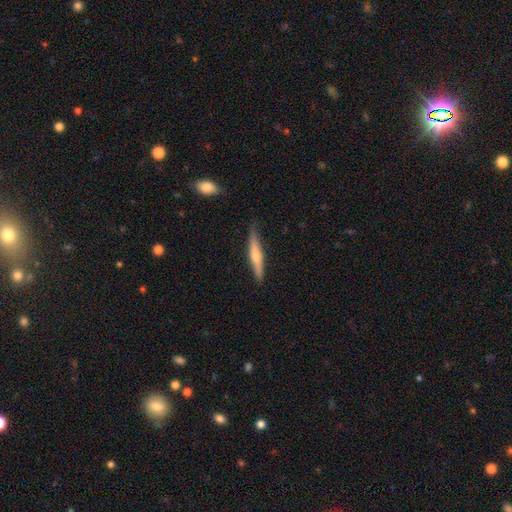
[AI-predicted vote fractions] This appears to be a featured or disk galaxy (56%) viewed edge-on (95%) with a rounded central bulge (83%). Merging: none (86%).